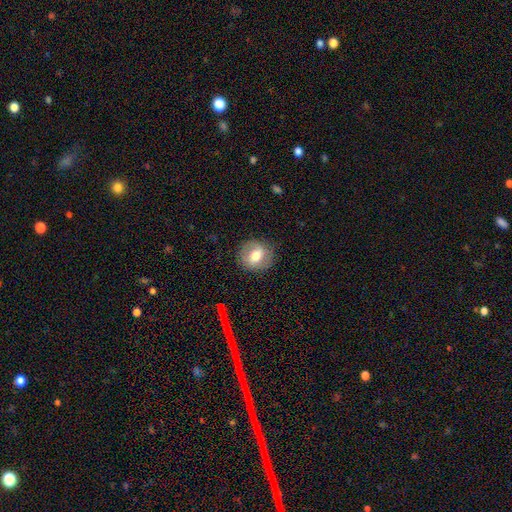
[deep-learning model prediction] Overall: smooth (61%; featured or disk 30%). How rounded: round (80%). Merging: none (84%).